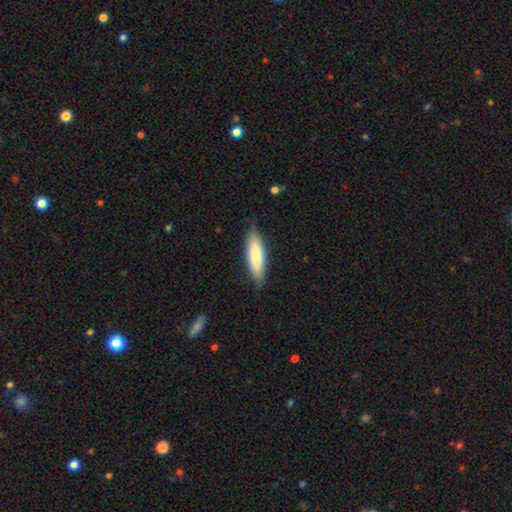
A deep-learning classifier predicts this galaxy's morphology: Smooth or featured?
  - smooth: 77% *
  - featured or disk: 17%
  - star or artifact: 5%
How rounded?
  - cigar-shaped: 62% *
  - in between: 36%
  - round: 1%
Merging?
  - none: 82% *
  - minor disturbance: 14%
  - major disturbance: 2%
  - merger: 1%